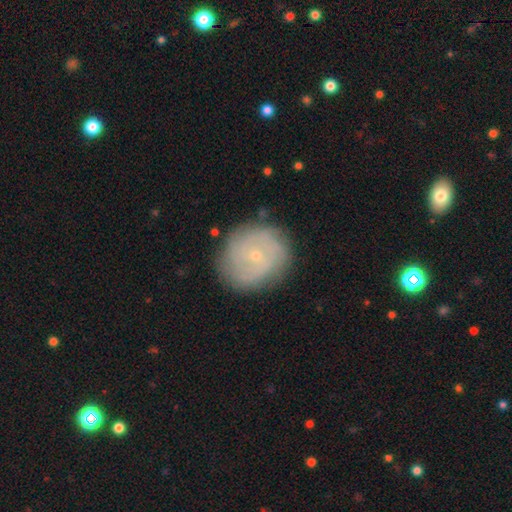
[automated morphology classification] This appears to be a featured or disk galaxy (64%) with no bar (77%), tight (60%) spiral arms (82%) and a small central bulge (84%). Merging: none (82%).